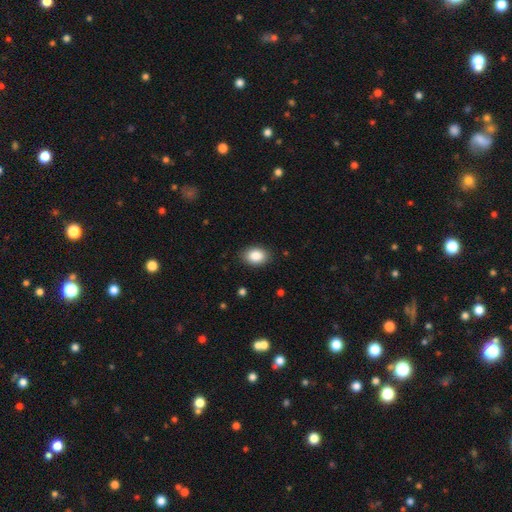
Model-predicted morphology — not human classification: This is clearly a smooth galaxy (87%). How rounded: clearly in between (81%). Merging: clearly none (87%).